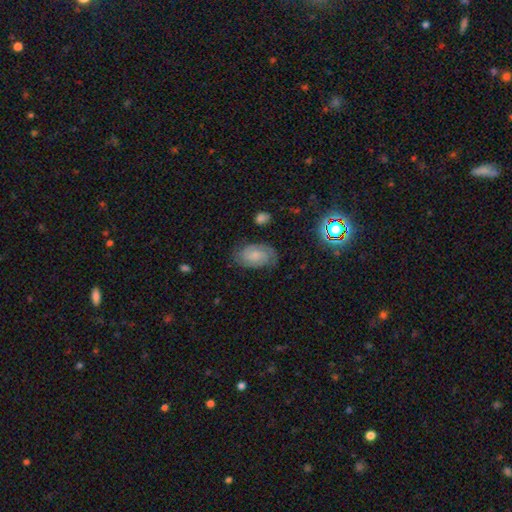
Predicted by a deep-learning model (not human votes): A featured or disk galaxy (60%) with no bar (66%), 2 (63%) tight (59%) spiral arms (91%) and a small central bulge (55%).

Vote fractions:
- Smooth or featured? featured or disk: 60% / smooth: 30% / star or artifact: 10%
- Edge-on disk? no: 96% / yes: 4%
- Bar? no: 66% / weak: 29% / strong: 5%
- Spiral arms? yes: 91% / no: 9%
- Spiral winding? tight: 59% / medium: 33% / loose: 8%
- Spiral arm count? 2: 63% / can't tell: 22% / 3: 7% / 1: 4% / 4: 2% / more than 4: 2%
- Bulge size? small: 55% / moderate: 27% / none: 13% / large: 3% / dominant: 1%
- Merging? none: 74% / minor disturbance: 18% / major disturbance: 6% / merger: 1%